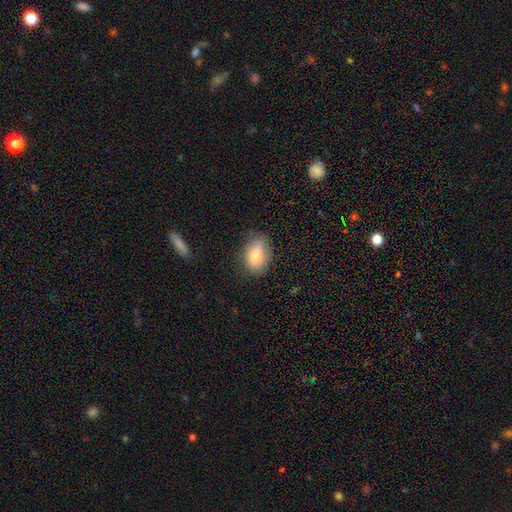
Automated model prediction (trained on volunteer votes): Smooth or featured: smooth — 79% (featured or disk — 13%)
How rounded: in between — 86% (round — 10%)
Merging: none — 78% (minor disturbance — 17%)